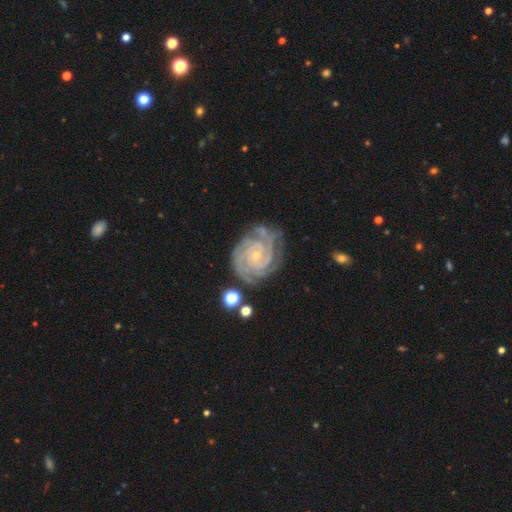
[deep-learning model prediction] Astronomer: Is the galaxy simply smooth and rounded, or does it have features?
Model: featured or disk — 92%.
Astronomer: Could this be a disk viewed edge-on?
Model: no — 98%.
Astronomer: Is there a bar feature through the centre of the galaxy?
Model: no — 73%.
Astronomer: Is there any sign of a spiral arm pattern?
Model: yes — 99%.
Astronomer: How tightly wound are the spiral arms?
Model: tight — 83%.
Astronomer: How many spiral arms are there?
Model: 4 — 31% (runner-up: 3, 29%).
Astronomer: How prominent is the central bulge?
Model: small — 83%.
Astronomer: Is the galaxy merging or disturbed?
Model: none — 74%.